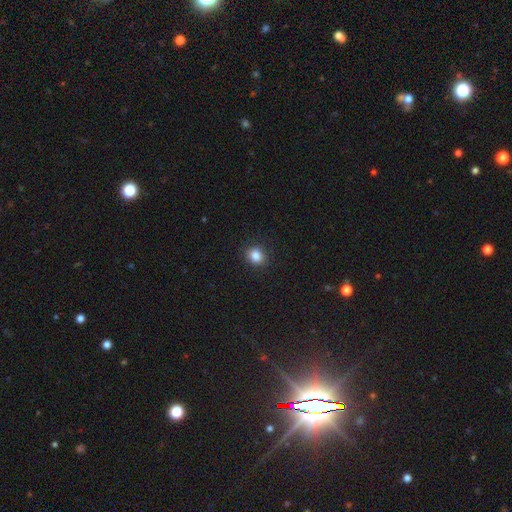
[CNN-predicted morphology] Overall: smooth (85%). How rounded: round (72%). Merging: none (88%).